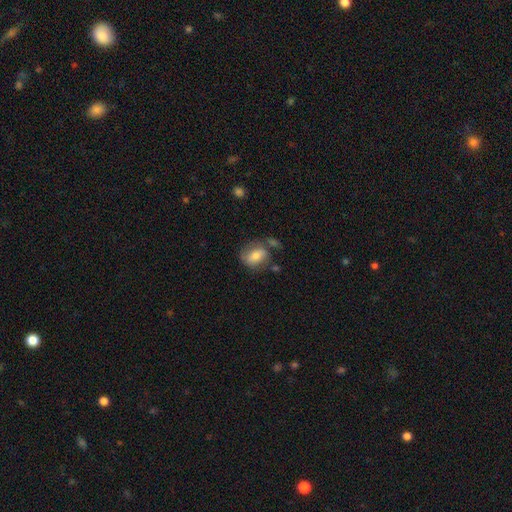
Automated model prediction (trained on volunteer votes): smooth-or-featured: smooth: 64% | featured or disk: 28% | star or artifact: 8%
  how-rounded: in between: 62% | round: 36% | cigar-shaped: 2%
  merging: none: 50% | minor disturbance: 23% | merger: 15% | major disturbance: 13%